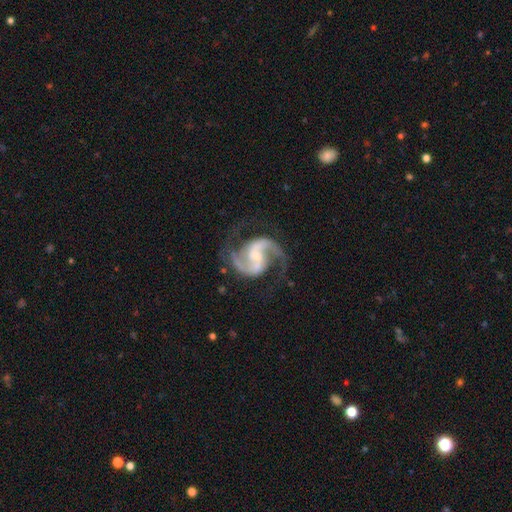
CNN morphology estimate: Smooth or featured? Predicted: featured or disk (p=0.93). Edge-on disk? Predicted: no (p=0.98). Bar? Predicted: weak (p=0.48). Spiral arms? Predicted: yes (p=0.99). Spiral winding? Predicted: medium (p=0.65). Spiral arm count? Predicted: 2 (p=0.94). Bulge size? Predicted: small (p=0.50). Merging? Predicted: none (p=0.76).